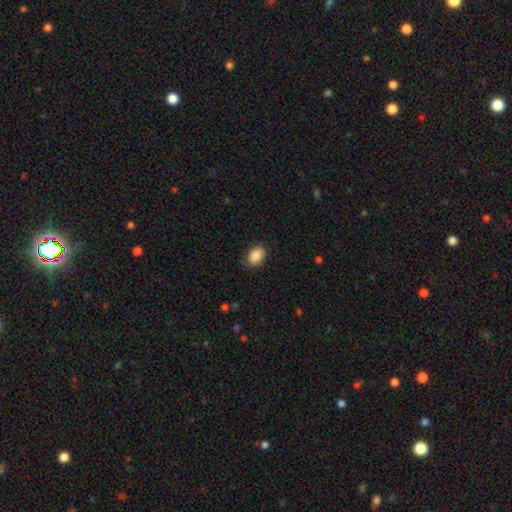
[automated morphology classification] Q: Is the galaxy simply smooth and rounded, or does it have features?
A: smooth — 90%.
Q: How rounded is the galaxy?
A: in between — 83%.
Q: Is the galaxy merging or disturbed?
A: none — 84%.